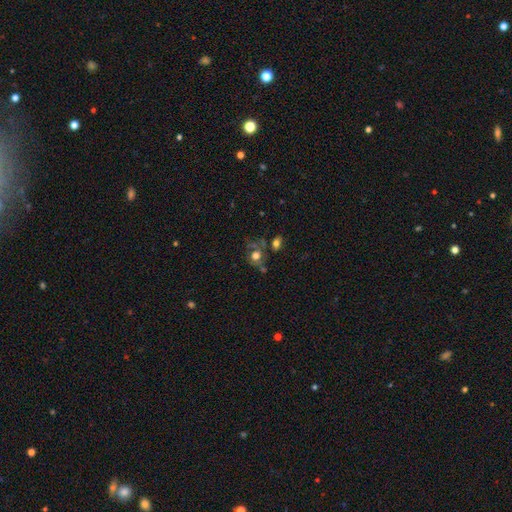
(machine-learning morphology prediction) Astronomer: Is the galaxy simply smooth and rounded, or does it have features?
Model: smooth — 59%.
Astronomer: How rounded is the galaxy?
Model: round — 72%.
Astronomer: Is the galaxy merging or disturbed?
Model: none — 49%.